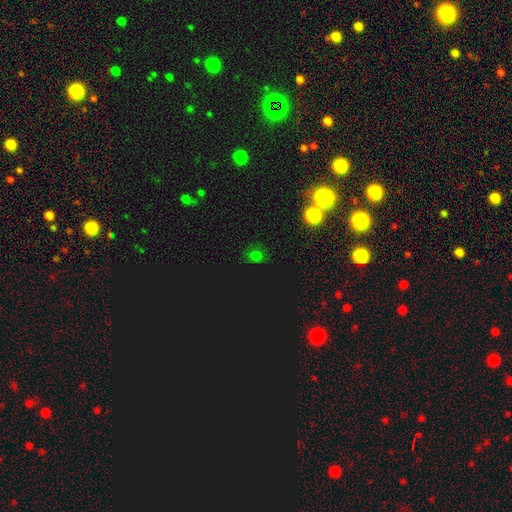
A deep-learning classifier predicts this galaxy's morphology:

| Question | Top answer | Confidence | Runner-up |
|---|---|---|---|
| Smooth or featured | smooth | 52% | star or artifact (41%) |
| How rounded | round | 69% | in between (30%) |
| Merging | none | 79% | minor disturbance (13%) |